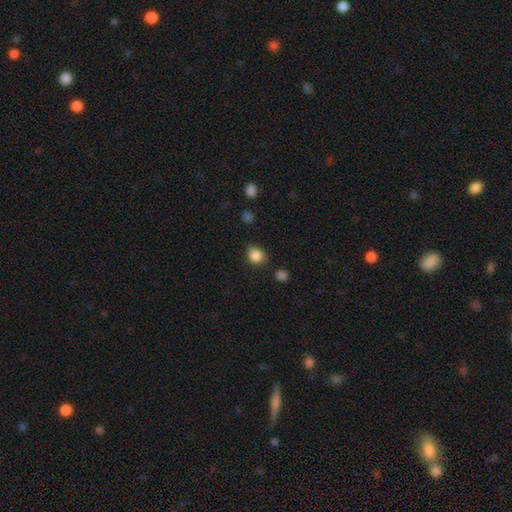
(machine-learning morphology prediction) Smooth or featured? Predicted: smooth (p=0.86). How rounded? Predicted: round (p=0.57). Merging? Predicted: none (p=0.67).